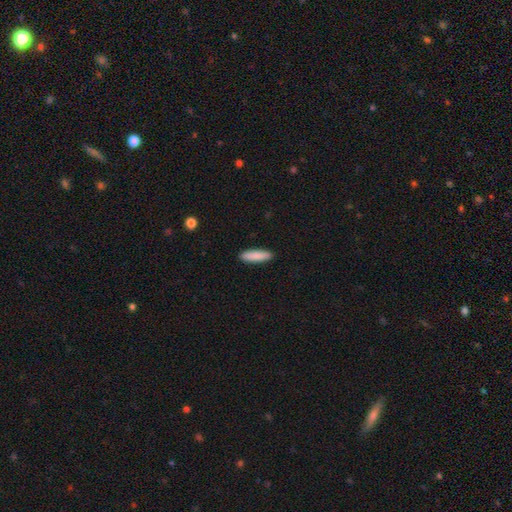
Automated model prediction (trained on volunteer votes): smooth 89%, featured or disk 6%, star or artifact 5%. Down the decision tree: how rounded — cigar-shaped (66%); merging — none (91%).